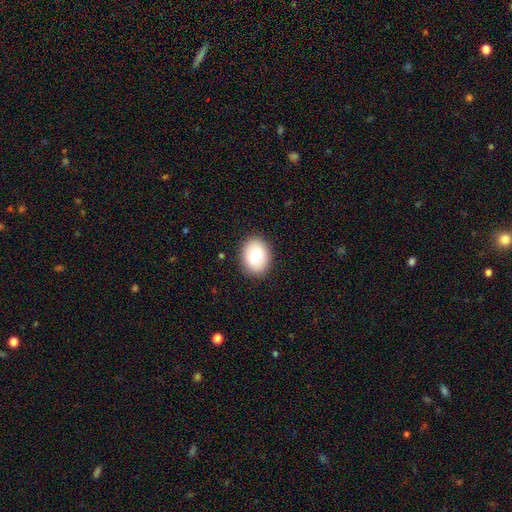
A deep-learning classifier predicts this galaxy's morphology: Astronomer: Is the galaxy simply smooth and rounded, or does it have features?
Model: smooth — 78%.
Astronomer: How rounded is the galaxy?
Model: in between — 66%.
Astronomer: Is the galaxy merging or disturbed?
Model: none — 89%.